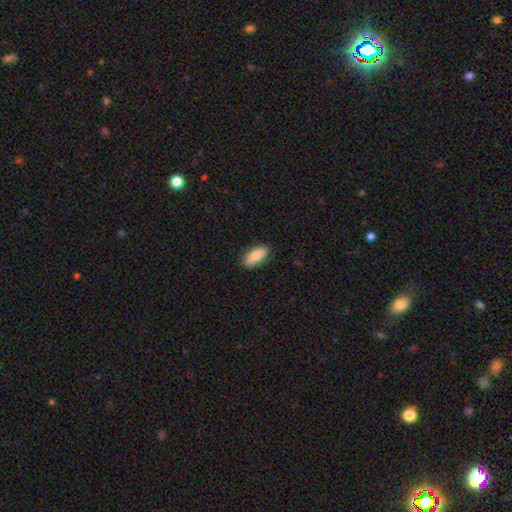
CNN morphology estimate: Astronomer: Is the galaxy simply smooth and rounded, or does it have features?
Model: smooth — 81%.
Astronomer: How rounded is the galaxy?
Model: in between — 87%.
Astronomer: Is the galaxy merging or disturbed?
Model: none — 86%.